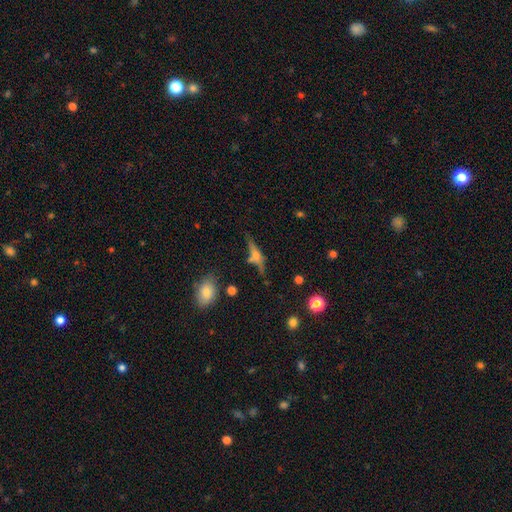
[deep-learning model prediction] This appears to be a featured or disk galaxy (56%) viewed edge-on (91%) with a rounded central bulge (86%). Merging: none (67%).